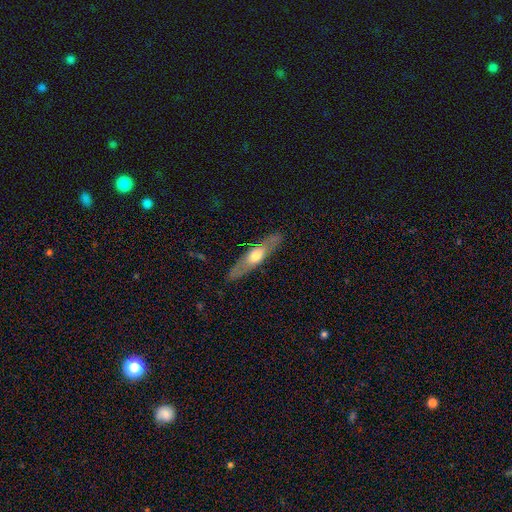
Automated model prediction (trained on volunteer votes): A featured or disk galaxy (54%) viewed edge-on (75%). Merging: none (85%).